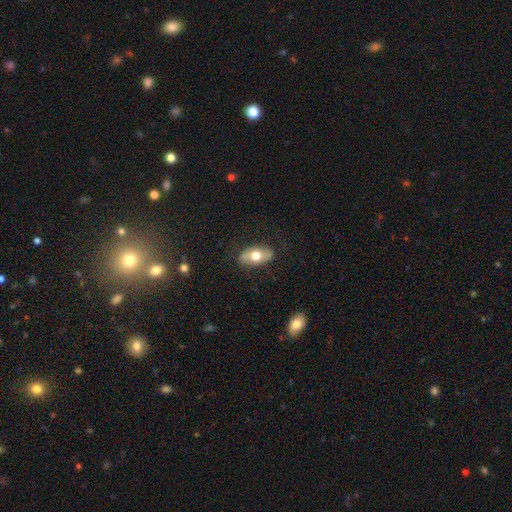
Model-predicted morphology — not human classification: type=smooth (61%); roundness=in between (90%); merging=none (82%).